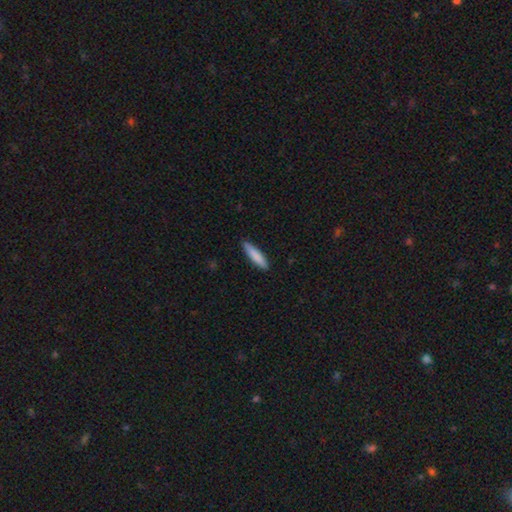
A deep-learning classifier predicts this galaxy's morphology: Overall: smooth (83%). How rounded: cigar-shaped (84%). Merging: none (88%).